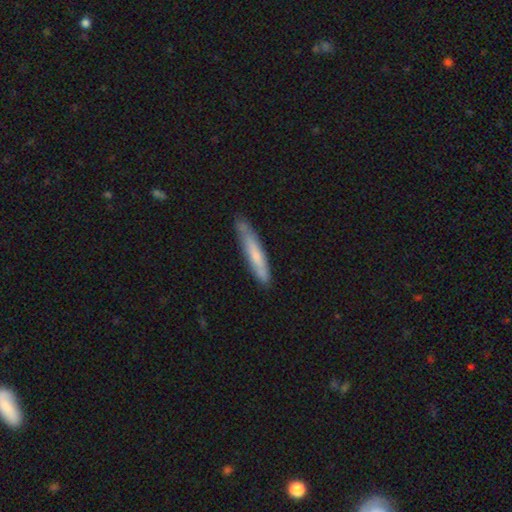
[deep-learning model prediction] Smooth or featured?
  - smooth: 64% *
  - featured or disk: 30%
  - star or artifact: 6%
How rounded?
  - cigar-shaped: 92% *
  - in between: 7%
  - round: 1%
Merging?
  - none: 76% *
  - minor disturbance: 19%
  - major disturbance: 3%
  - merger: 2%